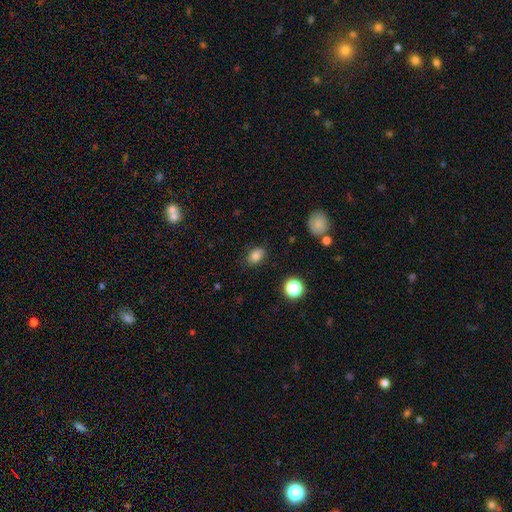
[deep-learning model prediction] A smooth galaxy with no disk features (82%) that is in between round and cigar-shaped (77%).

Vote fractions:
- Smooth or featured? smooth: 82% / star or artifact: 12% / featured or disk: 7%
- How rounded? in between: 77% / round: 22% / cigar-shaped: 1%
- Merging? none: 78% / minor disturbance: 16% / major disturbance: 4% / merger: 2%